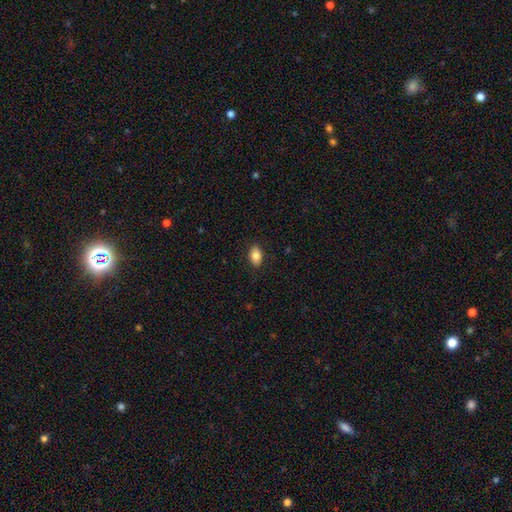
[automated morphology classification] A smooth galaxy with no disk features (84%) that is in between round and cigar-shaped (87%). Merging: none (88%).